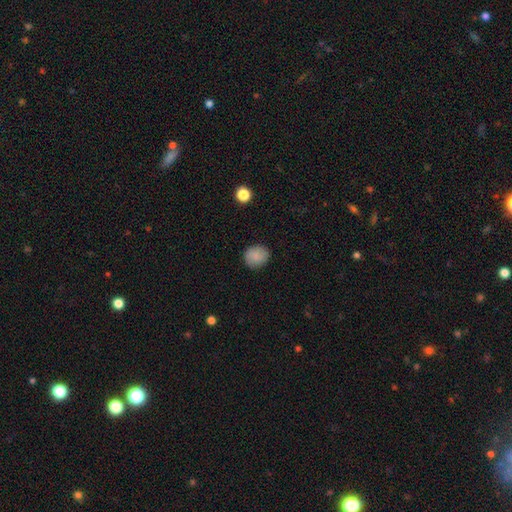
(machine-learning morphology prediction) smooth 86%, star or artifact 8%, featured or disk 6%. Down the decision tree: how rounded — round (78%); merging — none (88%).